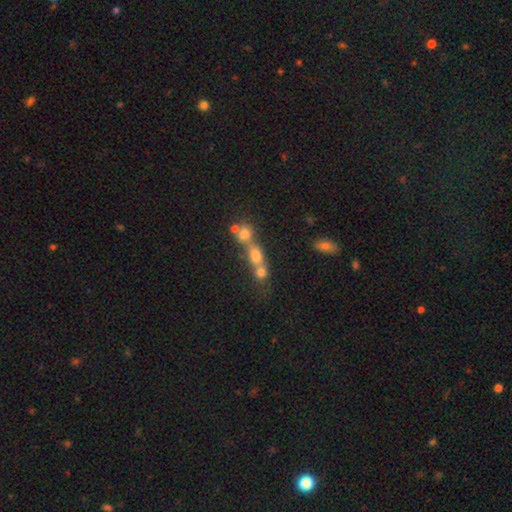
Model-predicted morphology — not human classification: This is likely a smooth galaxy (61%). How rounded: likely round (66%). Merging: likely merger (63%).